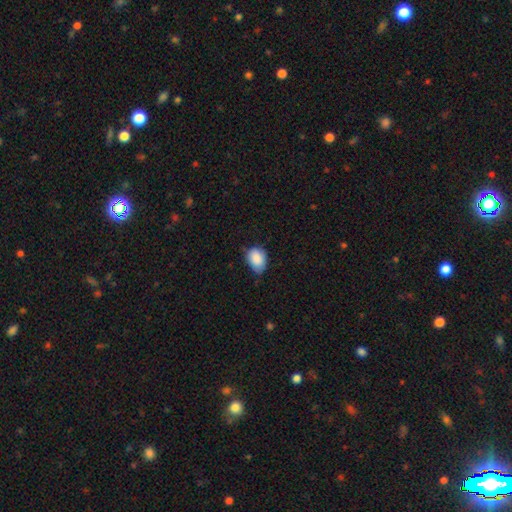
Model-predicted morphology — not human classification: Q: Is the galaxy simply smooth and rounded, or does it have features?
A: smooth — 88%.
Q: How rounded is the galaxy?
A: in between — 74%.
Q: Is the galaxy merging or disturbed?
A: none — 54%.